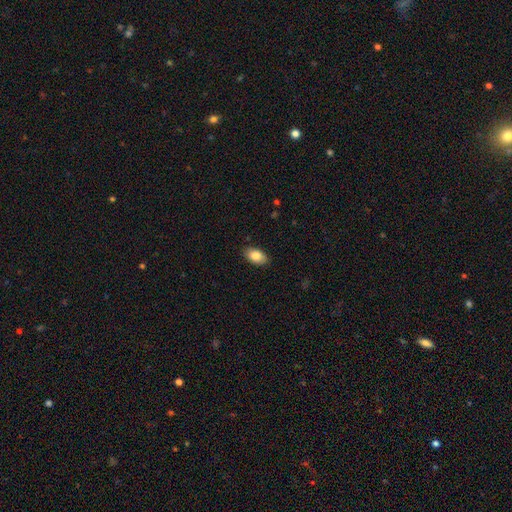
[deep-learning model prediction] Morphology: type=smooth (86%); roundness=in between (93%); merging=none (87%).